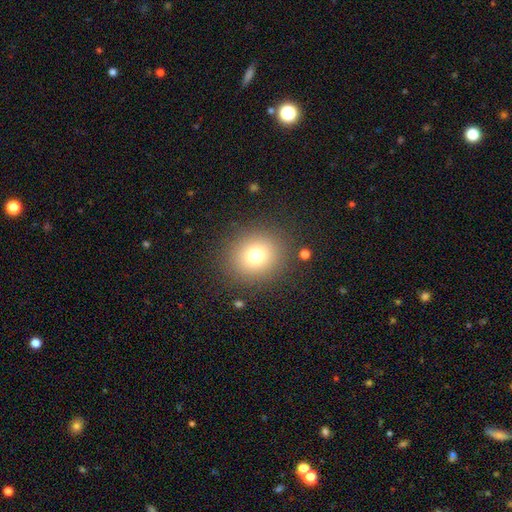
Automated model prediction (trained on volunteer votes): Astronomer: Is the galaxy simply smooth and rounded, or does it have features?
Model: smooth — 75%.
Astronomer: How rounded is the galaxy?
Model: round — 85%.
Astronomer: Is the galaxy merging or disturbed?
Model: none — 87%.